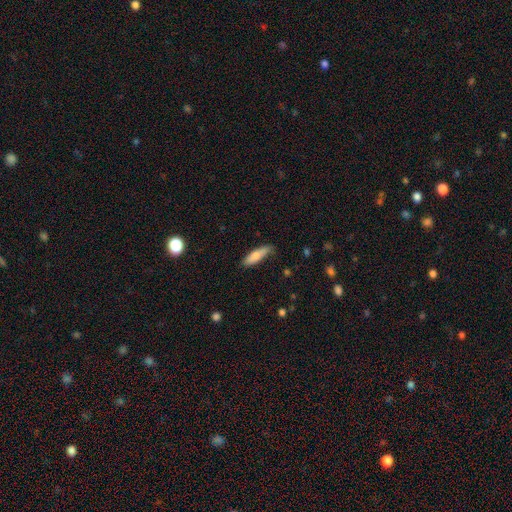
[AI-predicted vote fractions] smooth 75%, featured or disk 19%, star or artifact 6%. Down the decision tree: how rounded — cigar-shaped (61%); merging — none (77%).